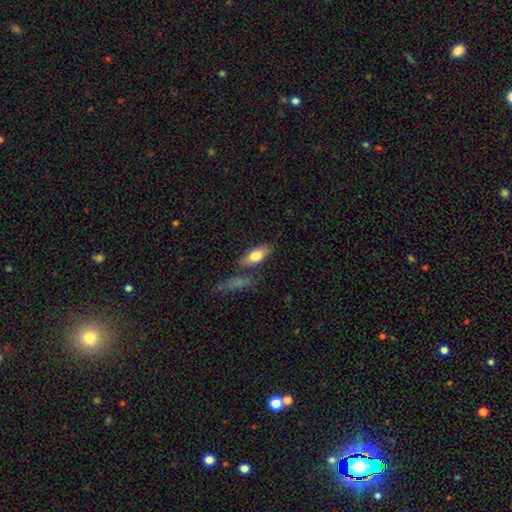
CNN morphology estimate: Smooth or featured: smooth — 75% (featured or disk — 18%)
How rounded: in between — 78% (cigar-shaped — 18%)
Merging: none — 72% (minor disturbance — 14%)